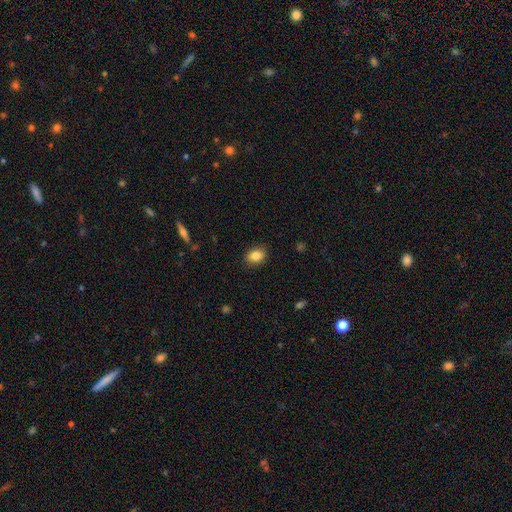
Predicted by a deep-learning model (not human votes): smooth_or_featured: smooth (p=0.86) [alt: star or artifact p=0.09]
how_rounded: in between (p=0.71) [alt: round p=0.27]
merging: none (p=0.87) [alt: minor disturbance p=0.09]